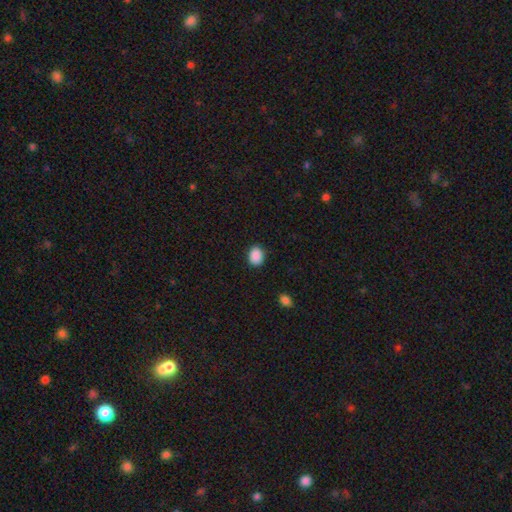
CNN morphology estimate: This appears to be a smooth galaxy with no disk features (90%) that is in between round and cigar-shaped (62%). Merging: none (89%).